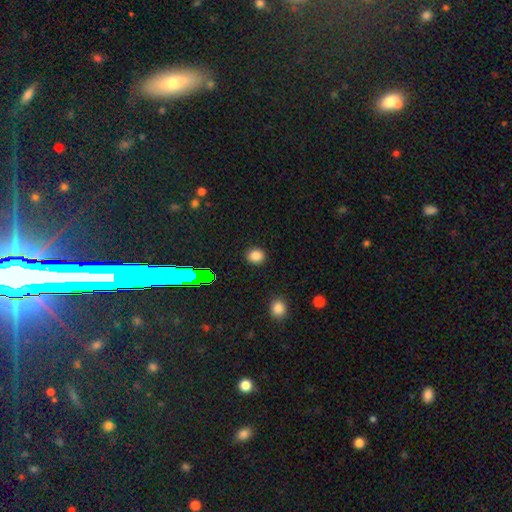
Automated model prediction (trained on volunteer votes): Smooth or featured? smooth (82%)
How rounded? round (77%)
Merging? none (91%)